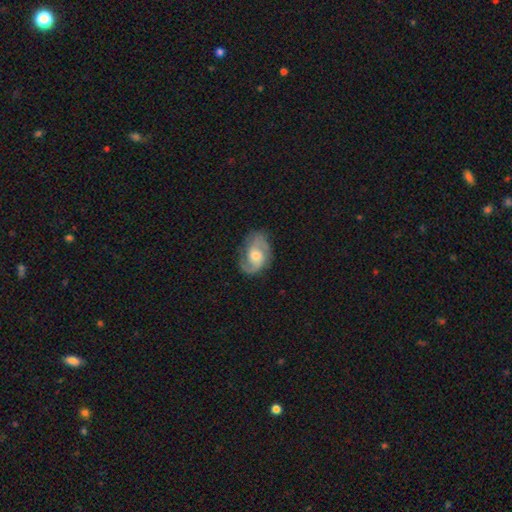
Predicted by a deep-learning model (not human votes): Smooth or featured: featured or disk — 80% (smooth — 14%)
Edge-on disk: no — 97% (yes — 3%)
Bar: no — 57% (weak — 37%)
Spiral arms: yes — 95% (no — 5%)
Spiral winding: medium — 51% (tight — 27%)
Spiral arm count: 2 — 81% (can't tell — 7%)
Bulge size: moderate — 64% (small — 22%)
Merging: none — 72% (minor disturbance — 19%)